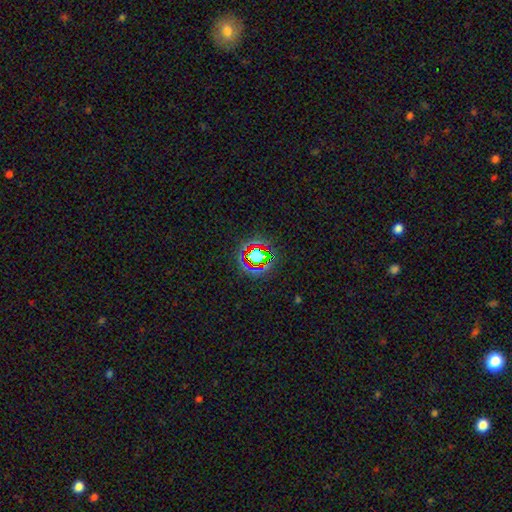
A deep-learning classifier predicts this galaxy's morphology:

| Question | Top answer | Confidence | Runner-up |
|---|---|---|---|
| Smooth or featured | star or artifact | 64% | smooth (23%) |